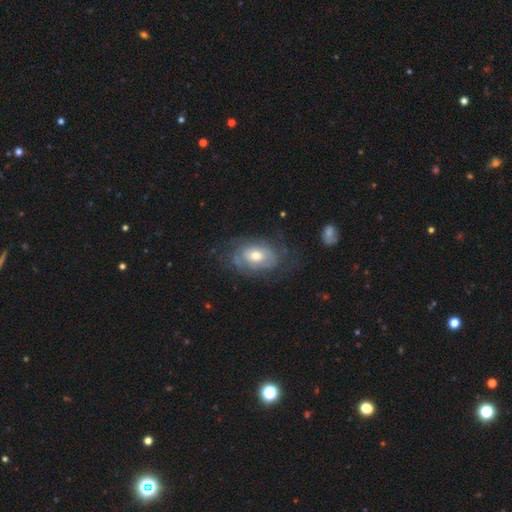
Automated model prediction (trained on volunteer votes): Smooth or featured? Predicted: featured or disk (p=0.61). Edge-on disk? Predicted: no (p=0.95). Bar? Predicted: no (p=0.75). Spiral arms? Predicted: yes (p=0.67). Bulge size? Predicted: moderate (p=0.70). Merging? Predicted: none (p=0.60).